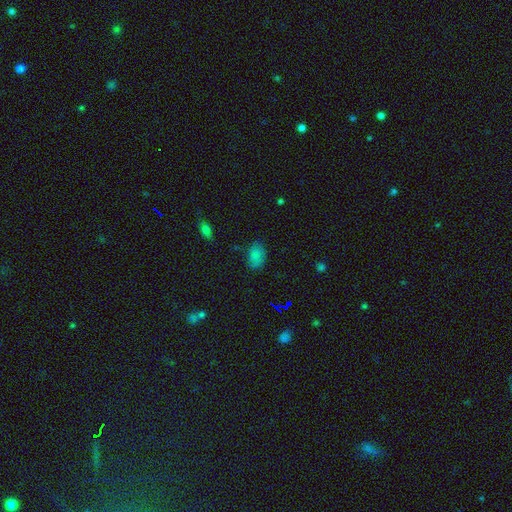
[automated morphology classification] Smooth or featured: smooth — 79% (star or artifact — 14%)
How rounded: in between — 87% (round — 12%)
Merging: none — 74% (minor disturbance — 19%)